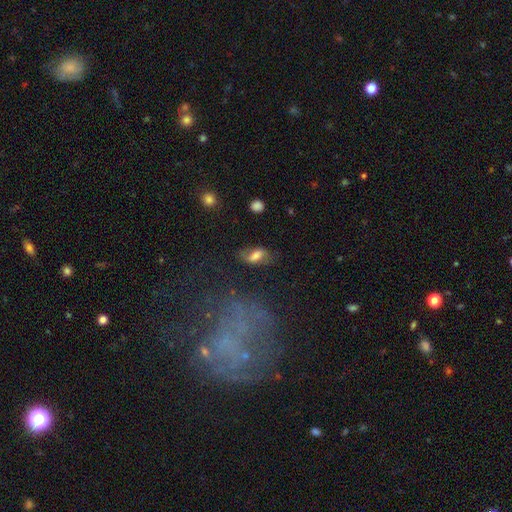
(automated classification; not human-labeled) This is possibly a smooth galaxy (54%). How rounded: clearly in between (86%). Merging: likely none (61%).